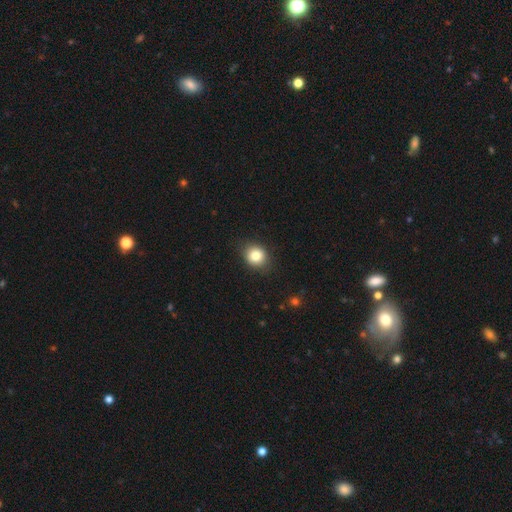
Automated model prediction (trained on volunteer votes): The model was most divided on "how rounded": round: 70%, in between: 29%, cigar-shaped: 1%. More confident: merging — none (85%); smooth or featured — smooth (83%).